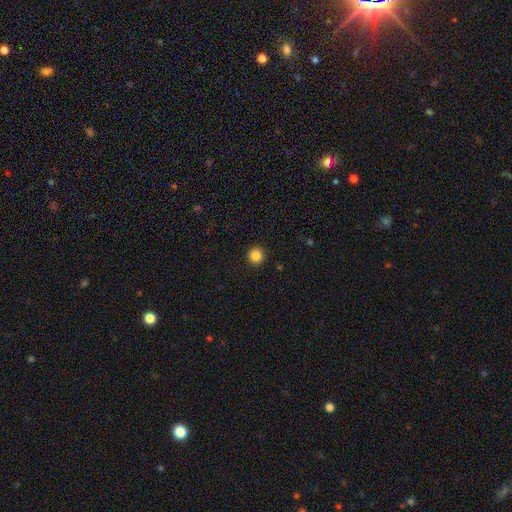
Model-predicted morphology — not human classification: Overall: smooth (86%). How rounded: round (95%). Merging: none (93%).